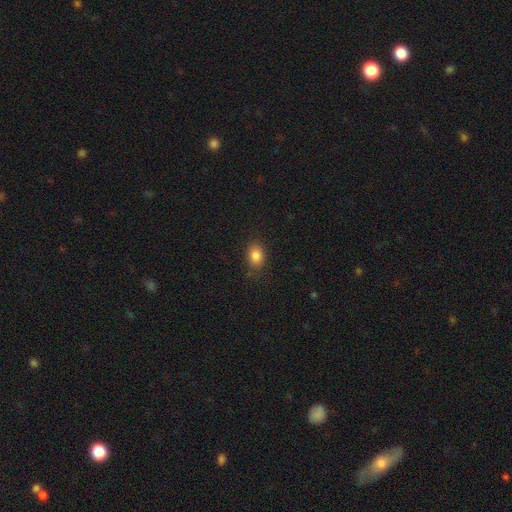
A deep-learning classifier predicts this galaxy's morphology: Smooth or featured? Predicted: smooth (p=0.85). How rounded? Predicted: in between (p=0.71). Merging? Predicted: none (p=0.81).